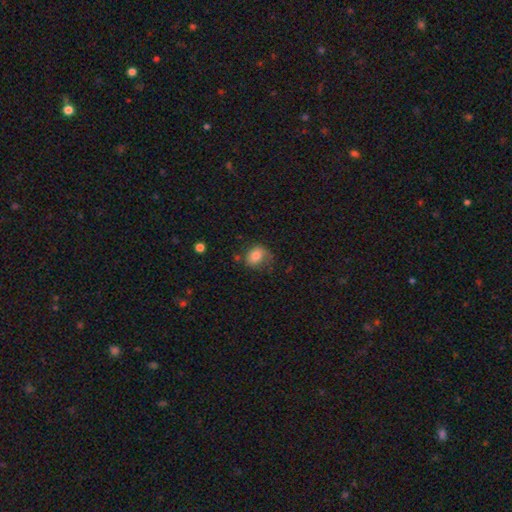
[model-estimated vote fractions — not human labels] The model was most divided on "how rounded": in between: 54%, round: 45%, cigar-shaped: 1%. More confident: smooth or featured — smooth (78%); merging — none (55%).